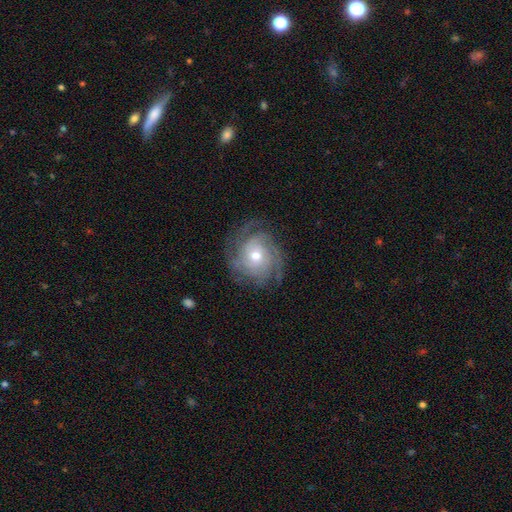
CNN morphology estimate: Smooth or featured: featured or disk — 82% (smooth — 11%)
Edge-on disk: no — 97% (yes — 3%)
Bar: no — 78% (weak — 18%)
Spiral arms: yes — 95% (no — 5%)
Spiral winding: tight — 64% (medium — 28%)
Spiral arm count: can't tell — 28% (3 — 26%)
Bulge size: moderate — 60% (small — 34%)
Merging: none — 76% (minor disturbance — 15%)